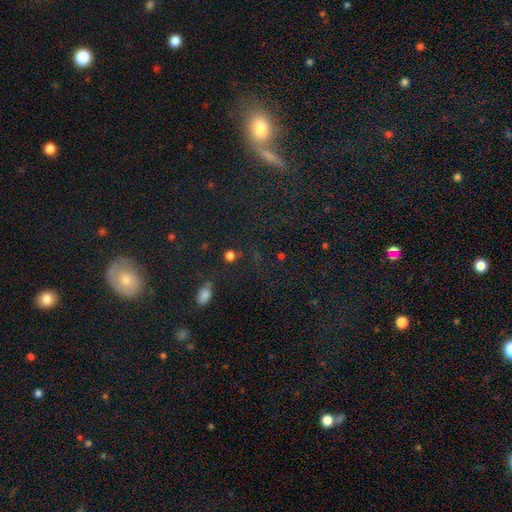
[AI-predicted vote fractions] Smooth or featured? Predicted: star or artifact (p=0.42).